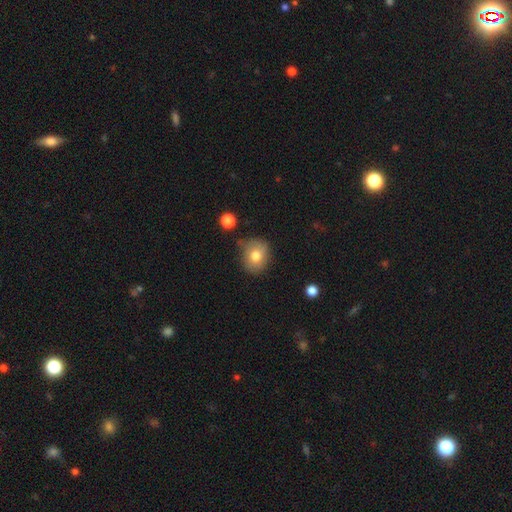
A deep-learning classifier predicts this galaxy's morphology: smooth_or_featured: smooth (p=0.77) [alt: featured or disk p=0.13]
how_rounded: round (p=0.69) [alt: in between p=0.30]
merging: none (p=0.68) [alt: minor disturbance p=0.22]